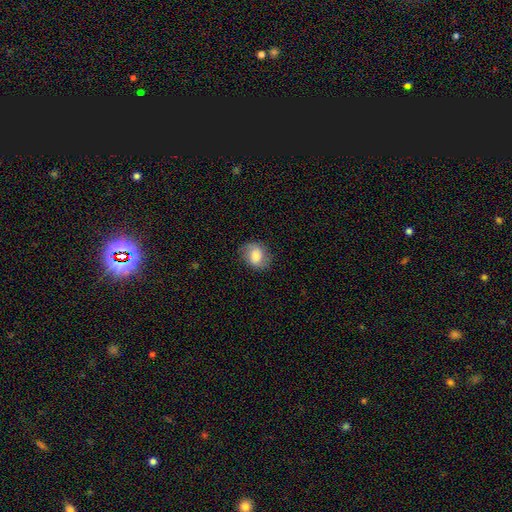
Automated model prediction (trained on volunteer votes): A smooth galaxy with no disk features (71%) that is round (55%). Merging: none (79%).